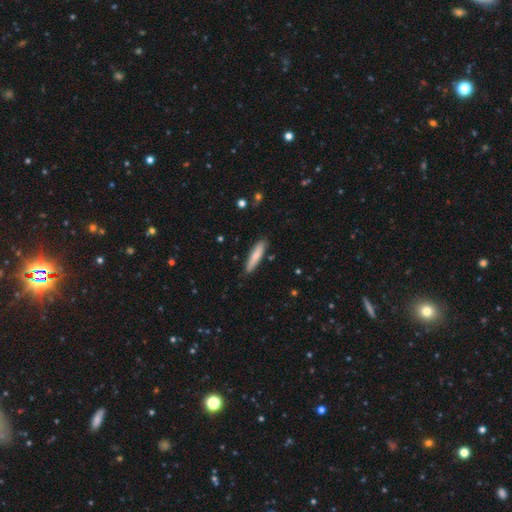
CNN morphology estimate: The model was most divided on "smooth or featured": smooth: 76%, featured or disk: 18%, star or artifact: 6%. More confident: merging — none (87%); how rounded — cigar-shaped (85%).